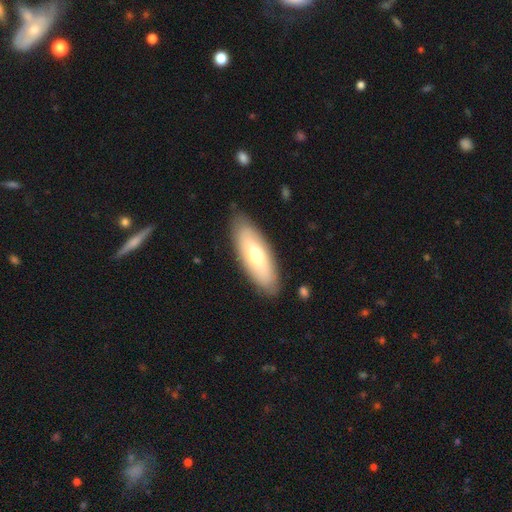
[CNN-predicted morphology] Overall: smooth (61%; featured or disk 34%). How rounded: in between (67%; cigar-shaped 31%). Merging: none (85%).